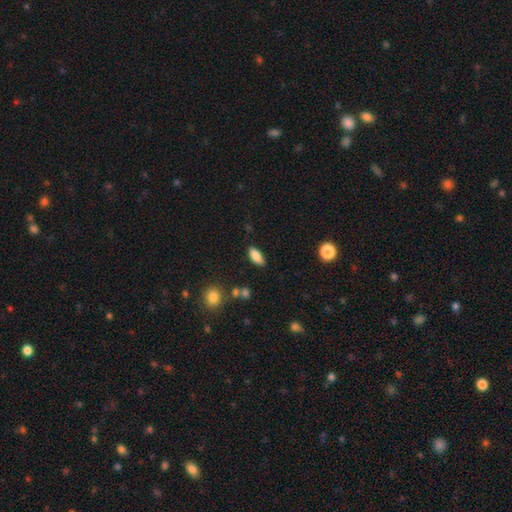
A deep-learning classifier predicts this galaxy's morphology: This is clearly a smooth galaxy (85%). How rounded: clearly in between (81%). Merging: clearly none (84%).